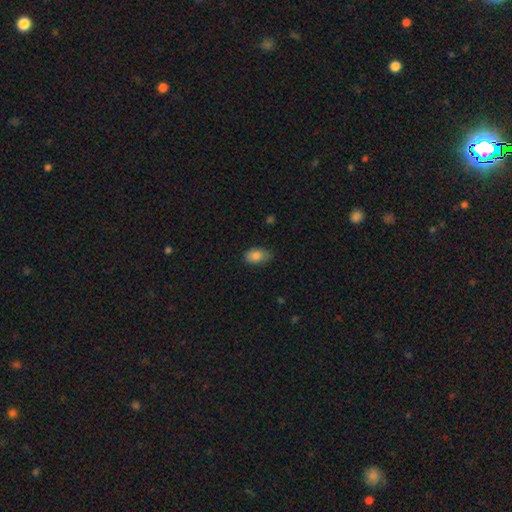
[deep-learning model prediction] smooth-or-featured: smooth: 84% | featured or disk: 9% | star or artifact: 7%
  how-rounded: in between: 87% | round: 11% | cigar-shaped: 1%
  merging: none: 71% | minor disturbance: 24% | major disturbance: 4% | merger: 1%